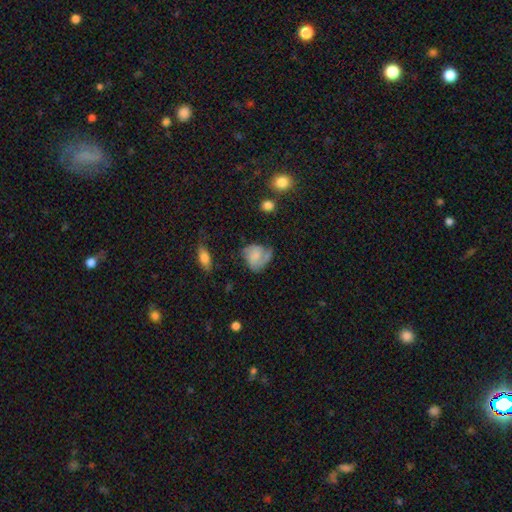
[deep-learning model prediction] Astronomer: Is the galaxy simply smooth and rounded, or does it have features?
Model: featured or disk — 53% (runner-up: smooth, 39%).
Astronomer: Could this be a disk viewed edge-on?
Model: no — 97%.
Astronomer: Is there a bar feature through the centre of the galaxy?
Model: no — 63%.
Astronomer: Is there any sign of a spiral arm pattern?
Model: yes — 85%.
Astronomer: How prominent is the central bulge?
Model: none — 39% (runner-up: small, 33%).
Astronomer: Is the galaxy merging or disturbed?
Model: none — 45% (runner-up: minor disturbance, 27%).